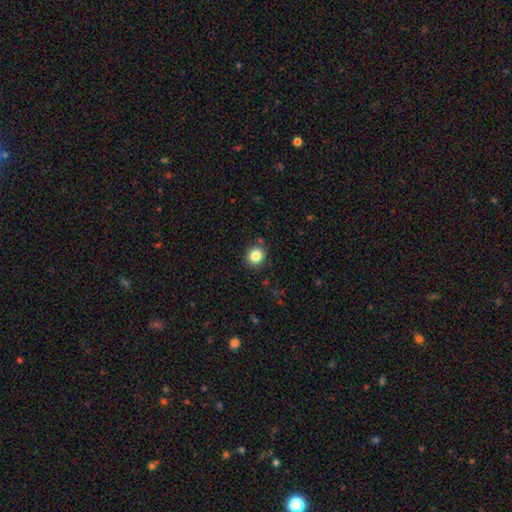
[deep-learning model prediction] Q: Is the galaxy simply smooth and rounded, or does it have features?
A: smooth — 85%.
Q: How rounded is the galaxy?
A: round — 85%.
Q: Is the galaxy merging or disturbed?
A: none — 88%.